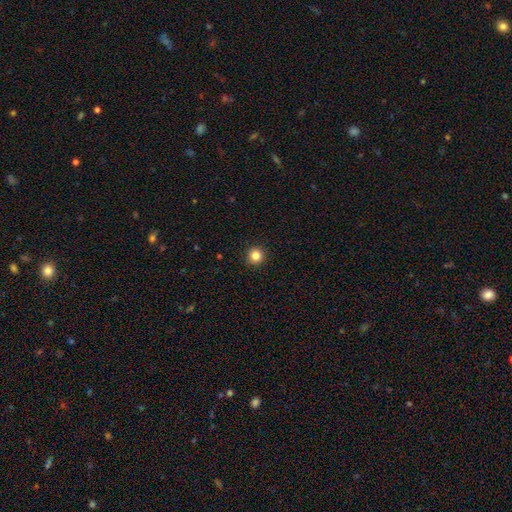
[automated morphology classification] Q: Smooth or featured?
A: smooth (84%); runner-up: star or artifact (12%)
Q: How rounded?
A: round (96%); runner-up: in between (3%)
Q: Merging?
A: none (94%); runner-up: minor disturbance (4%)